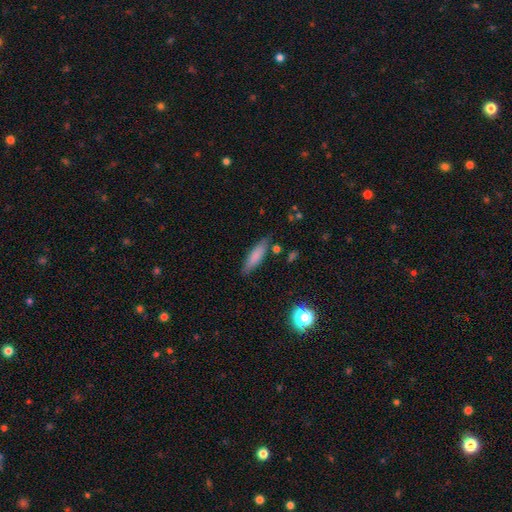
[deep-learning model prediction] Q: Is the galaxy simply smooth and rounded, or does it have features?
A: smooth — 79%.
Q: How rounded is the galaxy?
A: cigar-shaped — 65%.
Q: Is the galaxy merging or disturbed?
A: none — 81%.